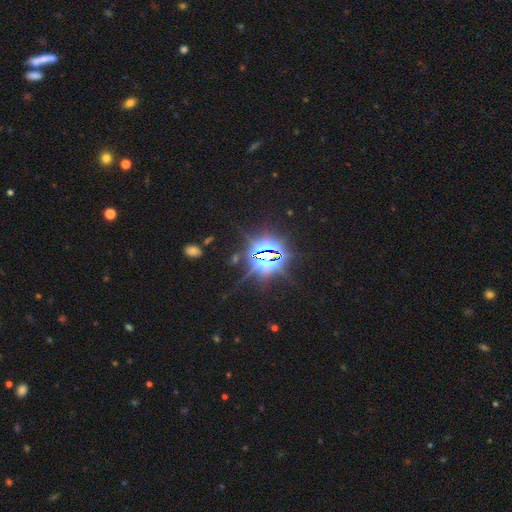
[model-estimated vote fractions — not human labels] Smooth or featured: star or artifact — 85% (featured or disk — 8%)